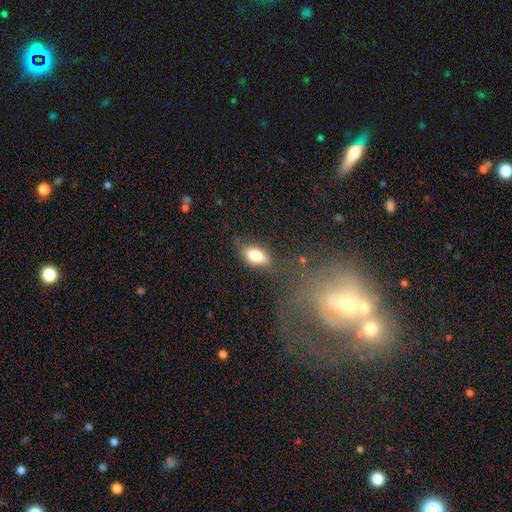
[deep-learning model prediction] Smooth or featured: smooth — 77% (featured or disk — 15%)
How rounded: in between — 88% (round — 7%)
Merging: none — 74% (minor disturbance — 18%)